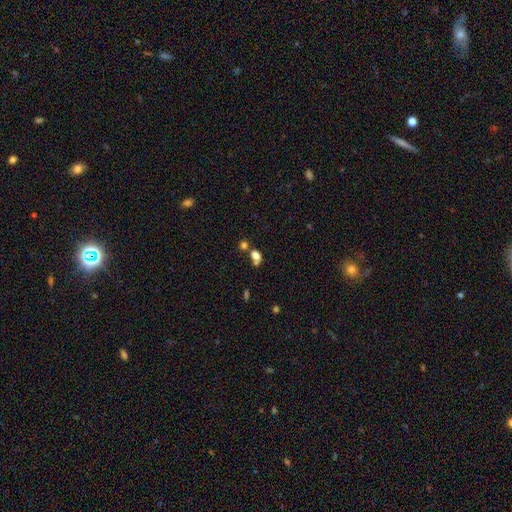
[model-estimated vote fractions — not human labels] This appears to be a smooth galaxy with no disk features (74%) that is in between round and cigar-shaped (64%). Merging: none (44%).